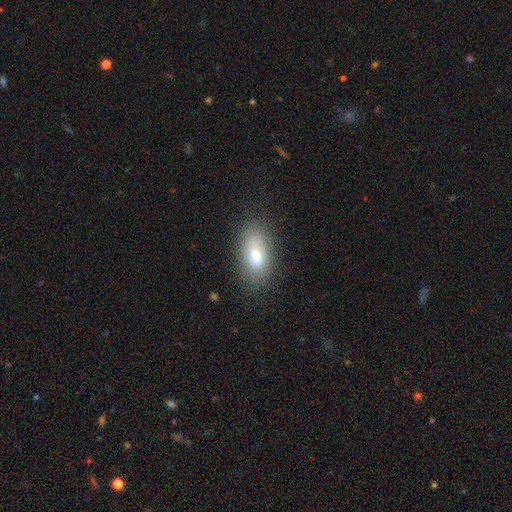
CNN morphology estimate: A smooth galaxy with no disk features (74%) that is in between round and cigar-shaped (89%).

Vote fractions:
- Smooth or featured? smooth: 74% / featured or disk: 17% / star or artifact: 9%
- How rounded? in between: 89% / cigar-shaped: 6% / round: 5%
- Merging? none: 71% / minor disturbance: 19% / major disturbance: 6% / merger: 5%